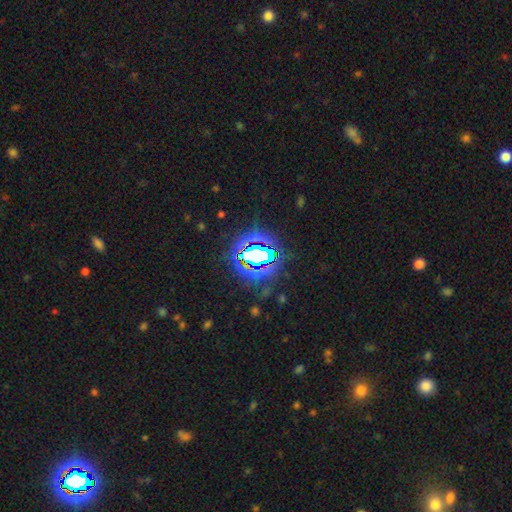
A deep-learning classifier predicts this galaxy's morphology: type=star or artifact (72%).